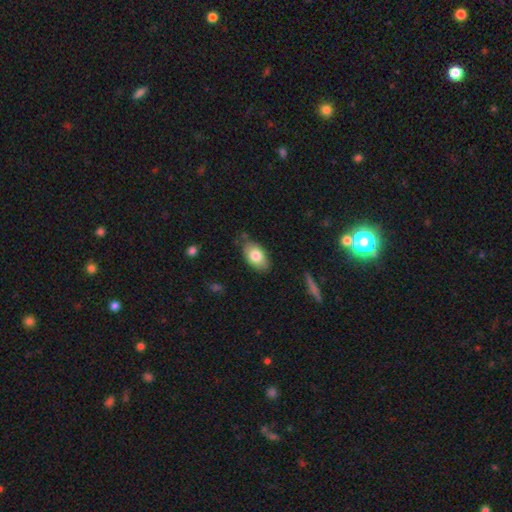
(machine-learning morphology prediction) Q: Smooth or featured?
A: smooth (79%); runner-up: featured or disk (14%)
Q: How rounded?
A: in between (91%); runner-up: round (7%)
Q: Merging?
A: none (76%); runner-up: minor disturbance (19%)